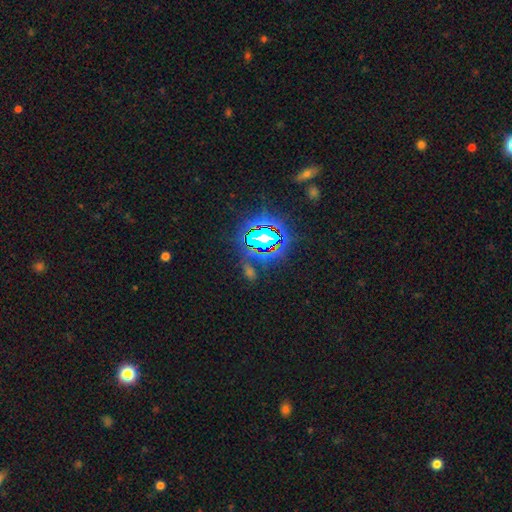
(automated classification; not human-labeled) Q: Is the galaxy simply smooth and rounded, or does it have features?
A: star or artifact — 81%.